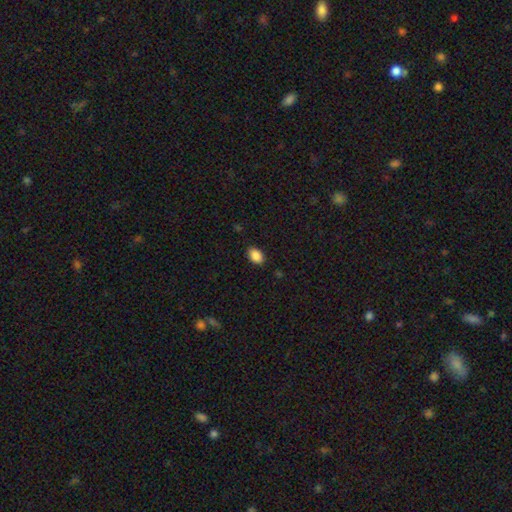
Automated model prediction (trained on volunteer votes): Smooth or featured? Predicted: smooth (p=0.88). How rounded? Predicted: in between (p=0.84). Merging? Predicted: none (p=0.87).